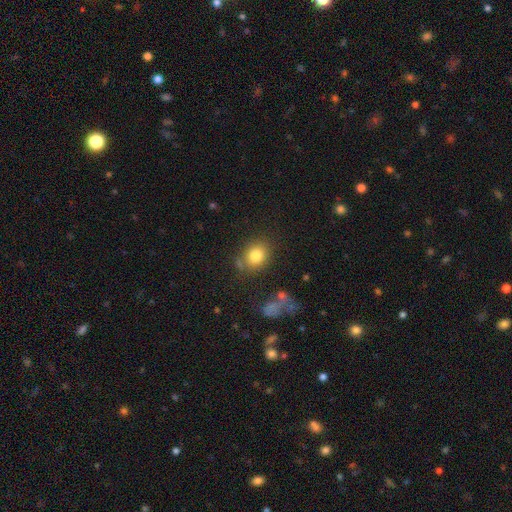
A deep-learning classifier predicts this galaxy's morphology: A smooth galaxy with no disk features (81%) that is round (60%).

Vote fractions:
- Smooth or featured? smooth: 81% / star or artifact: 10% / featured or disk: 8%
- How rounded? round: 60% / in between: 39% / cigar-shaped: 1%
- Merging? none: 73% / minor disturbance: 15% / merger: 7% / major disturbance: 5%